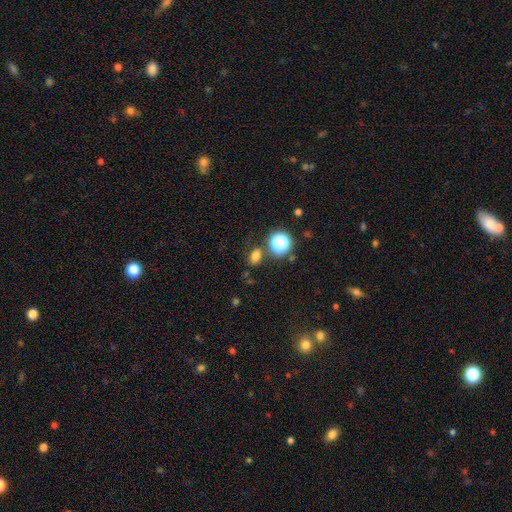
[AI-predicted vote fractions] The model was most divided on "how rounded": in between: 66%, round: 32%, cigar-shaped: 2%. More confident: merging — none (74%); smooth or featured — smooth (70%).